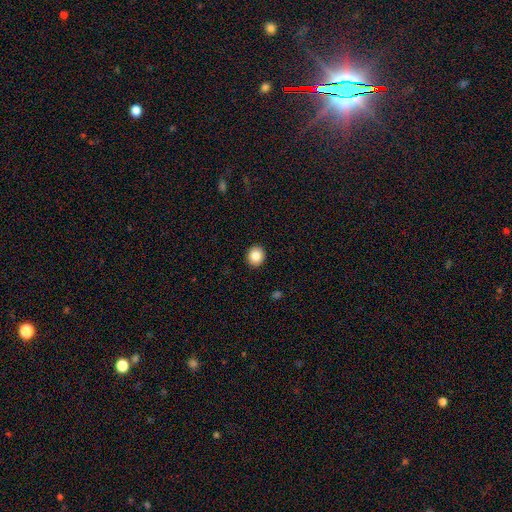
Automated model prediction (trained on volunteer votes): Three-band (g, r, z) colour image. It shows a smooth galaxy with no disk features (85%) that is round (83%). Merging: none (93%).